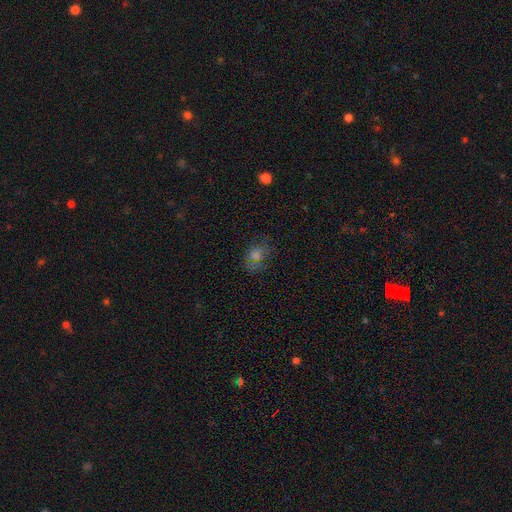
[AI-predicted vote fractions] The model was most divided on "how rounded": in between: 55%, round: 43%, cigar-shaped: 2%. More confident: merging — none (63%); smooth or featured — smooth (57%).